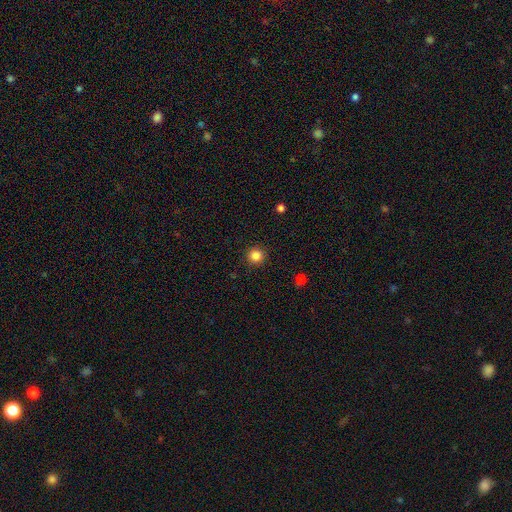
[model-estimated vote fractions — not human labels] smooth-or-featured: smooth: 85% | star or artifact: 12% | featured or disk: 4%
  how-rounded: round: 93% | in between: 6% | cigar-shaped: 1%
  merging: none: 91% | minor disturbance: 6% | major disturbance: 2% | merger: 1%